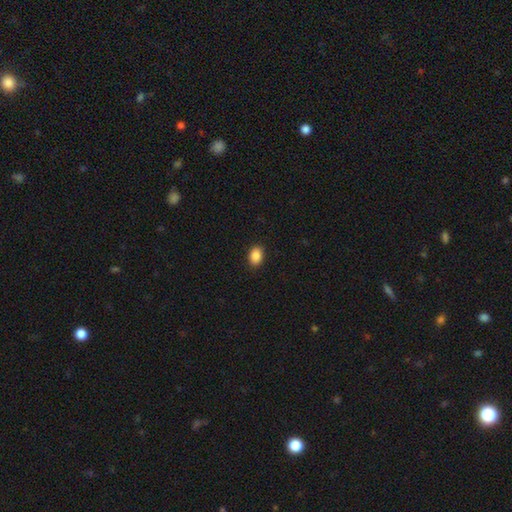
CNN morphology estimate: This is clearly a smooth galaxy (88%). How rounded: likely in between (74%). Merging: clearly none (90%).